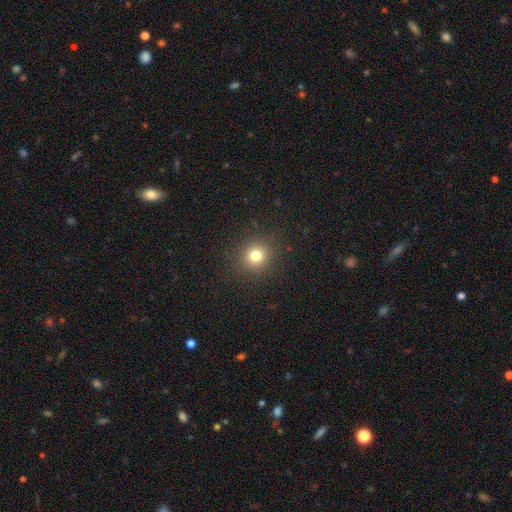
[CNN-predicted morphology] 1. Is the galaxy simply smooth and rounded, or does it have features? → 78% smooth, 15% star or artifact, 7% featured or disk.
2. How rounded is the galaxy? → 91% round, 8% in between, 1% cigar-shaped.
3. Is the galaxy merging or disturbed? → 90% none, 6% minor disturbance, 3% major disturbance, 1% merger.